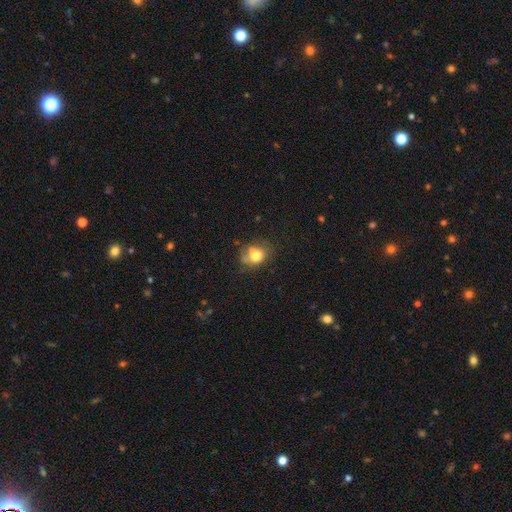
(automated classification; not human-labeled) A smooth galaxy with no disk features (73%) that is round (55%).

Vote fractions:
- Smooth or featured? smooth: 73% / featured or disk: 15% / star or artifact: 12%
- How rounded? round: 55% / in between: 44% / cigar-shaped: 1%
- Merging? none: 48% / minor disturbance: 25% / merger: 16% / major disturbance: 12%